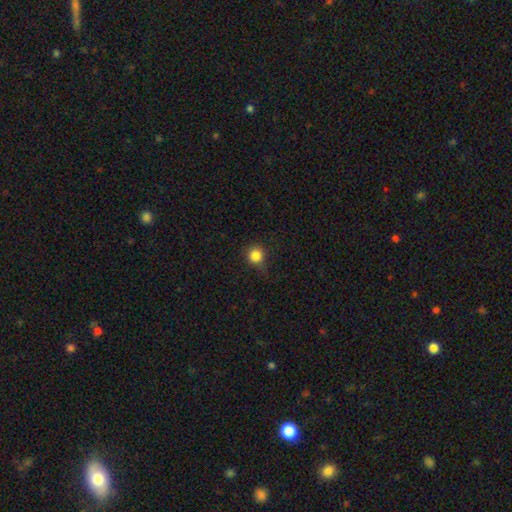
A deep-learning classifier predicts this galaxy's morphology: A smooth galaxy with no disk features (83%) that is round (91%). Merging: none (76%).